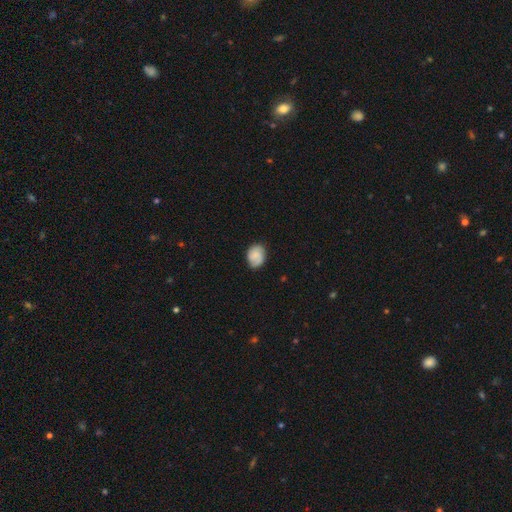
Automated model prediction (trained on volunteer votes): This is likely a smooth galaxy (74%). How rounded: likely in between (61%). Merging: likely none (75%).